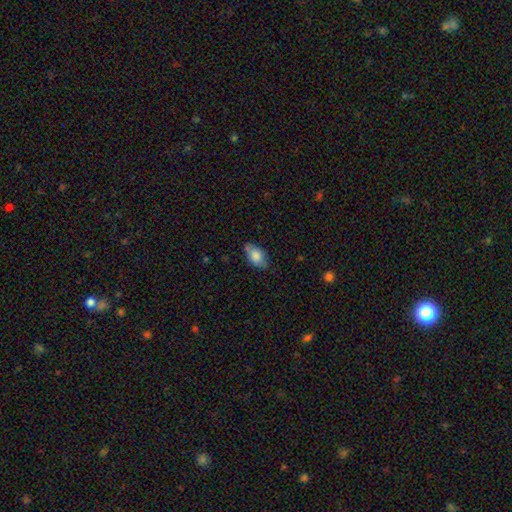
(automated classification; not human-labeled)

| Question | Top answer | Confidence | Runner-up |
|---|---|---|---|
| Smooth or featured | smooth | 82% | featured or disk (12%) |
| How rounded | in between | 91% | round (7%) |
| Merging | none | 72% | minor disturbance (22%) |